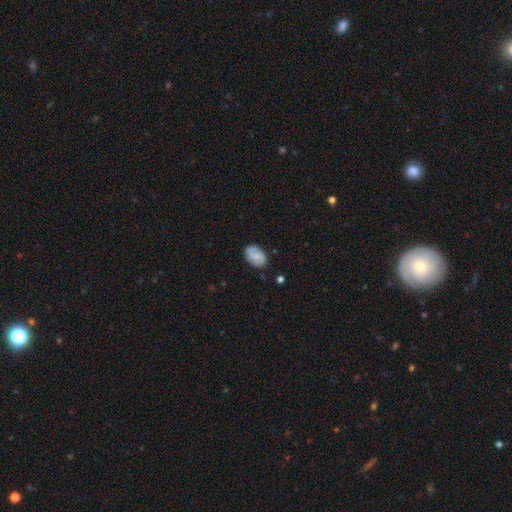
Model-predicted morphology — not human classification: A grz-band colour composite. It shows a smooth galaxy with no disk features (59%) that is in between round and cigar-shaped (86%). Merging: none (80%).